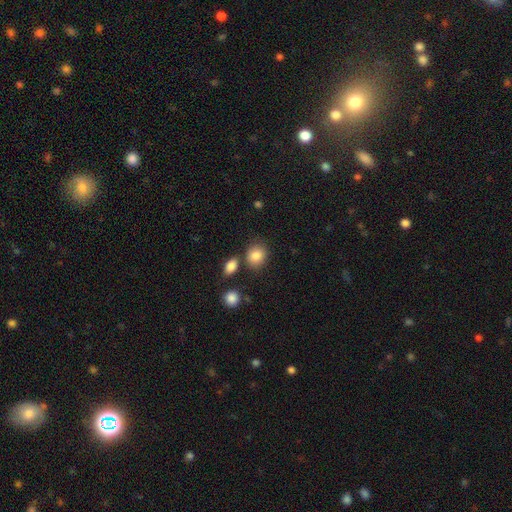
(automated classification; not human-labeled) smooth-or-featured: smooth: 85% | star or artifact: 9% | featured or disk: 6%
  how-rounded: round: 59% | in between: 40% | cigar-shaped: 1%
  merging: none: 72% | minor disturbance: 13% | merger: 11% | major disturbance: 4%